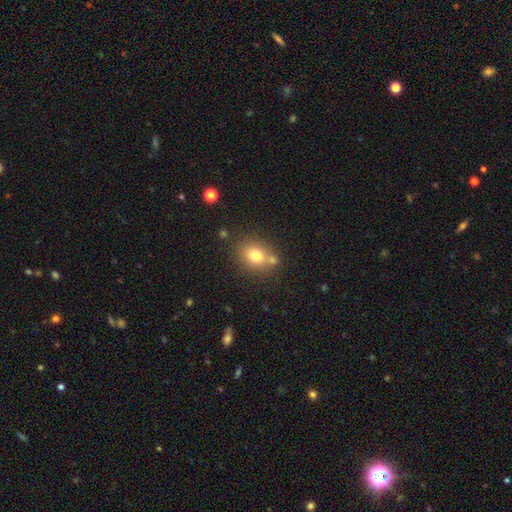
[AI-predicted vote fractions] Smooth or featured? Predicted: smooth (p=0.75). How rounded? Predicted: round (p=0.58). Merging? Predicted: none (p=0.65).